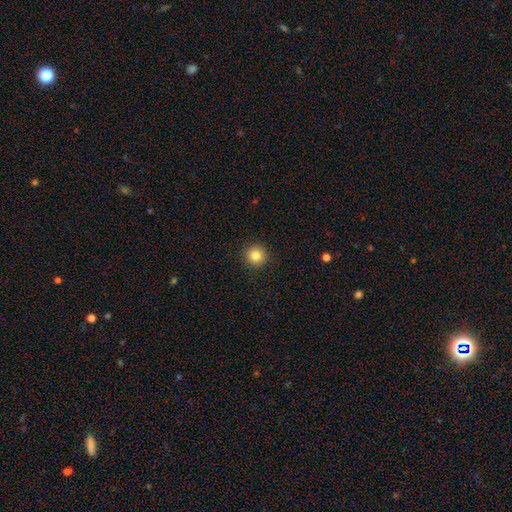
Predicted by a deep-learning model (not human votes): Smooth or featured?
  - smooth: 82% *
  - star or artifact: 11%
  - featured or disk: 7%
How rounded?
  - round: 96% *
  - in between: 3%
  - cigar-shaped: 1%
Merging?
  - none: 92% *
  - minor disturbance: 5%
  - major disturbance: 2%
  - merger: 1%